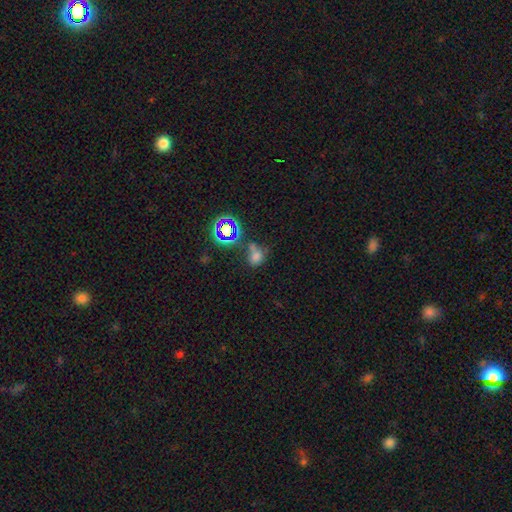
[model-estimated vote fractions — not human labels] smooth 60%, star or artifact 29%, featured or disk 11%. Down the decision tree: how rounded — in between (52%); merging — none (39%).